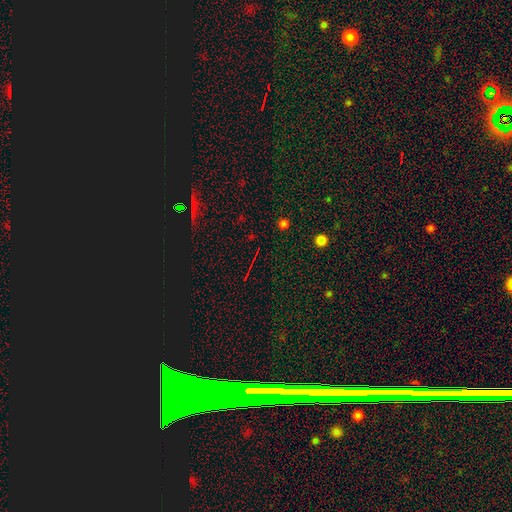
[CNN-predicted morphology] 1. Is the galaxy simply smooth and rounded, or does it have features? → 69% star or artifact, 19% smooth, 12% featured or disk.